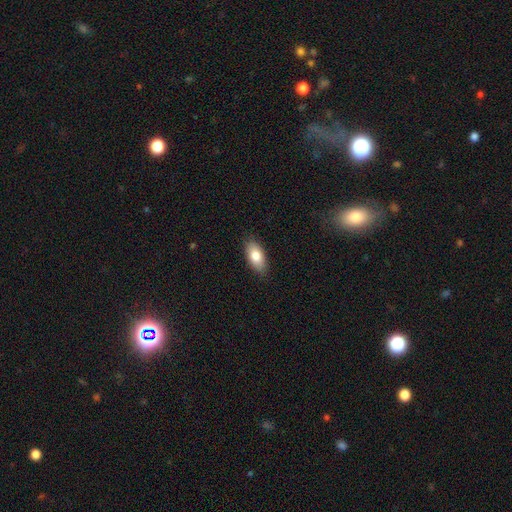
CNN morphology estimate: smooth_or_featured: smooth (p=0.82) [alt: featured or disk p=0.12]
how_rounded: in between (p=0.91) [alt: cigar-shaped p=0.06]
merging: none (p=0.87) [alt: minor disturbance p=0.10]